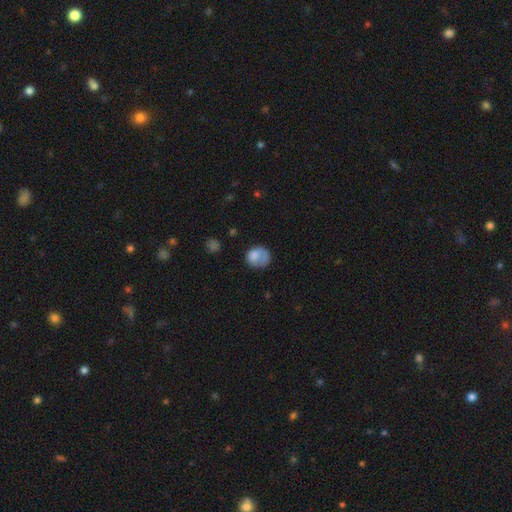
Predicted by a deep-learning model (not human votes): Morphology: type=smooth (76%); roundness=round (71%); merging=none (48%).